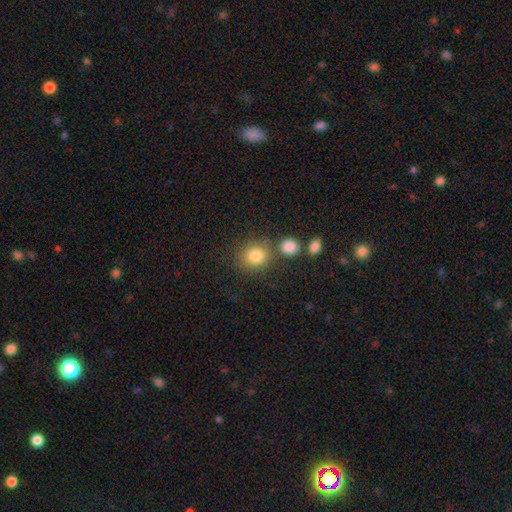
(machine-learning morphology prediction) smooth 82%, star or artifact 11%, featured or disk 7%. Down the decision tree: how rounded — round (84%); merging — none (73%).